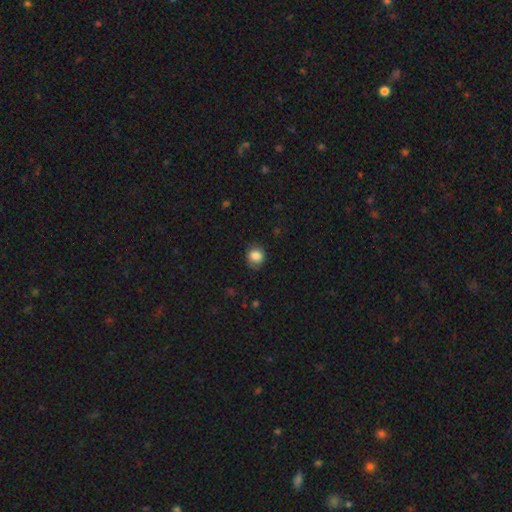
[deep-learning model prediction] Morphology: type=smooth (84%); roundness=round (74%); merging=none (73%).